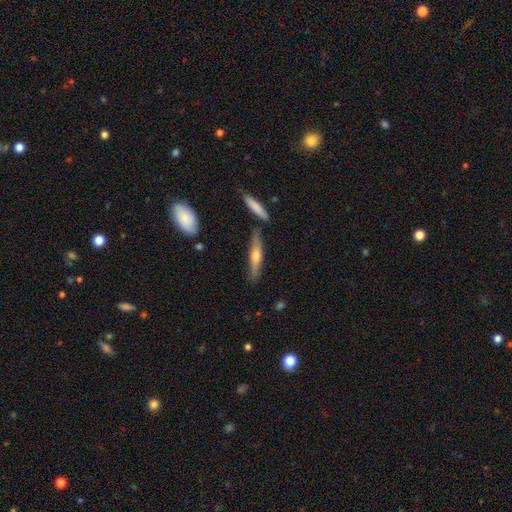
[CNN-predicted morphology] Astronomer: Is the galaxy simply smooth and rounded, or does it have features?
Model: featured or disk — 48% (runner-up: smooth, 46%).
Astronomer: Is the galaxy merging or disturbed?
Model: none — 80%.